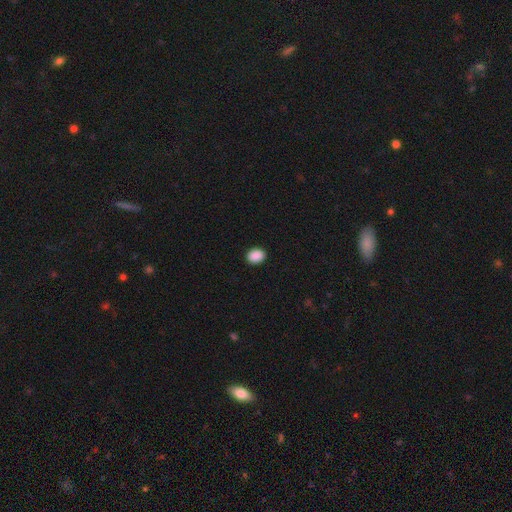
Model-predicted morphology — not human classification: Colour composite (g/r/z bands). It shows a smooth galaxy with no disk features (90%) that is in between round and cigar-shaped (57%). Merging: none (91%).